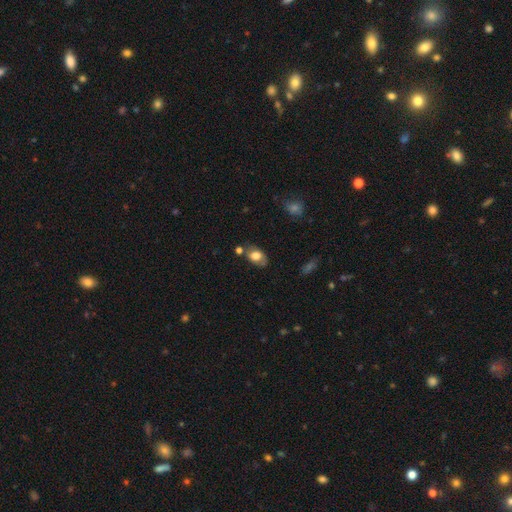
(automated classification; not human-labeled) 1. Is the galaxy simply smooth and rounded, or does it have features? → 70% smooth, 22% featured or disk, 8% star or artifact.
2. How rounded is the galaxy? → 83% in between, 15% round, 2% cigar-shaped.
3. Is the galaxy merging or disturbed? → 62% none, 22% minor disturbance, 10% merger, 6% major disturbance.